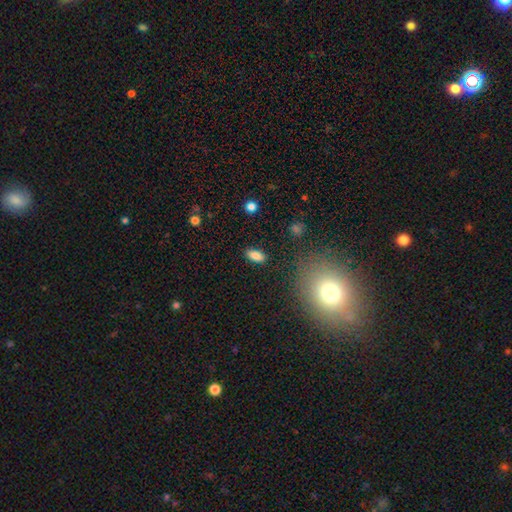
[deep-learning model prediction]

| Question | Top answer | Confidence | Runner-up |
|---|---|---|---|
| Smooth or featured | smooth | 86% | star or artifact (9%) |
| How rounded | in between | 87% | cigar-shaped (9%) |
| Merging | none | 87% | minor disturbance (9%) |